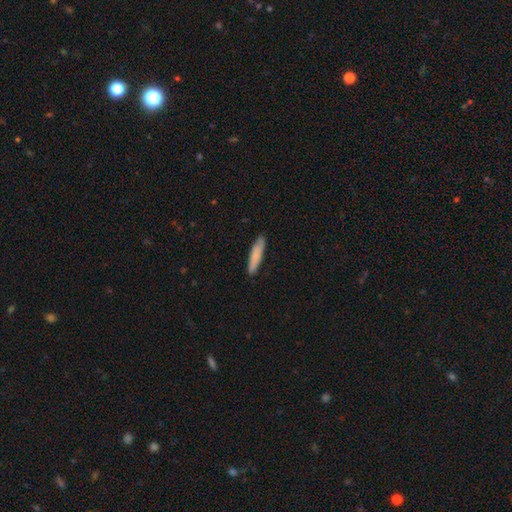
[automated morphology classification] A smooth galaxy with no disk features (81%) that is cigar-shaped (86%). Merging: none (88%).